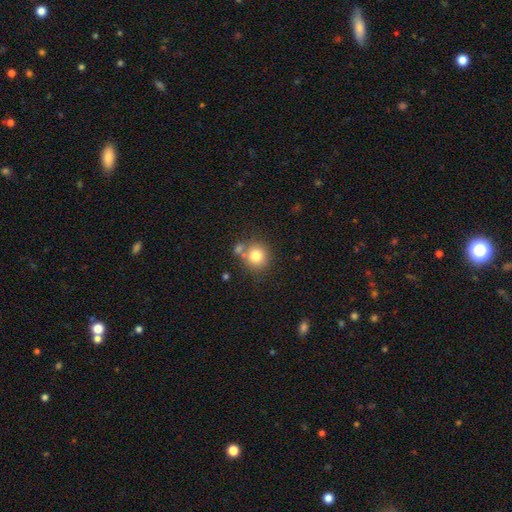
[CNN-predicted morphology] smooth_or_featured: smooth (p=0.79) [alt: star or artifact p=0.11]
how_rounded: round (p=0.87) [alt: in between p=0.12]
merging: none (p=0.63) [alt: merger p=0.21]